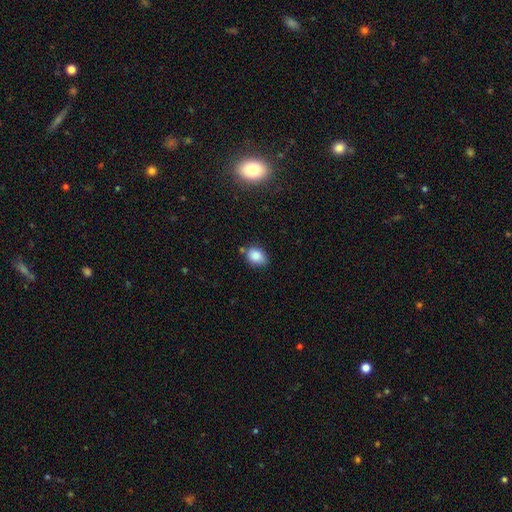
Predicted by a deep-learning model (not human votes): smooth 84%, star or artifact 9%, featured or disk 6%. Down the decision tree: how rounded — in between (67%); merging — none (63%).